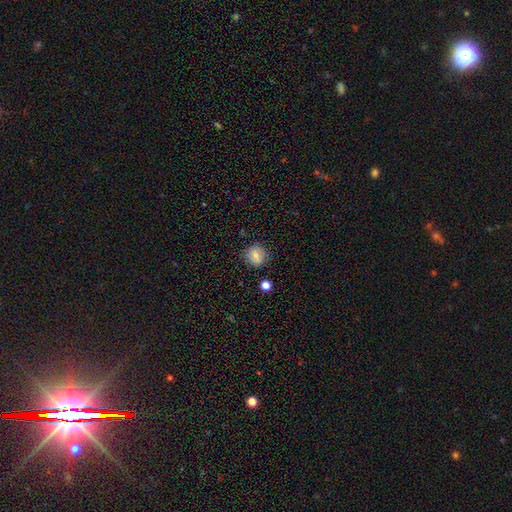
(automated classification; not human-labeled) Smooth or featured?
  - smooth: 74% *
  - featured or disk: 15%
  - star or artifact: 11%
How rounded?
  - round: 81% *
  - in between: 18%
  - cigar-shaped: 1%
Merging?
  - none: 81% *
  - minor disturbance: 13%
  - major disturbance: 3%
  - merger: 2%